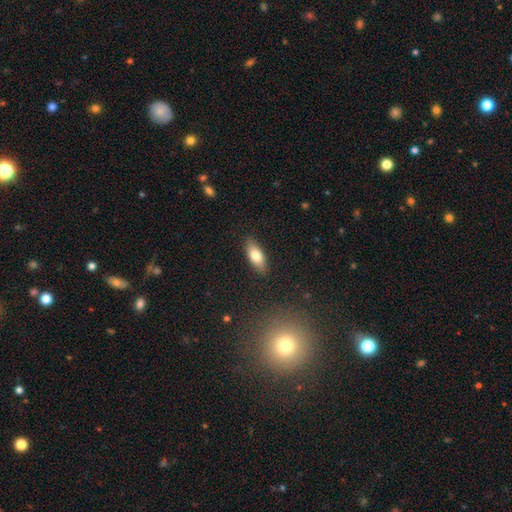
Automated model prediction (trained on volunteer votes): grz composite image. It shows a smooth galaxy with no disk features (78%) that is in between round and cigar-shaped (79%). Merging: none (87%).